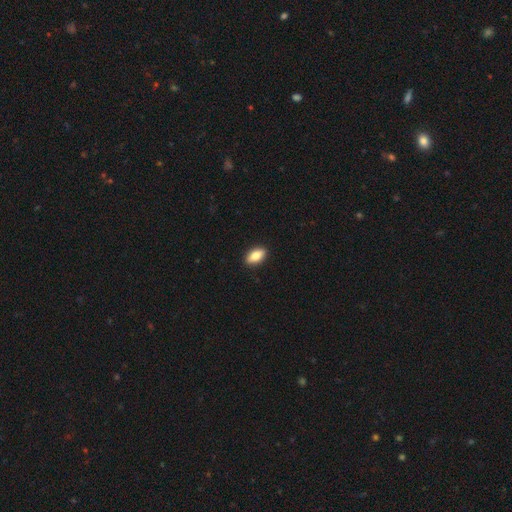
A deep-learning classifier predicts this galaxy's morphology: A smooth galaxy with no disk features (79%) that is in between round and cigar-shaped (88%).

Vote fractions:
- Smooth or featured? smooth: 79% / featured or disk: 14% / star or artifact: 7%
- How rounded? in between: 88% / cigar-shaped: 7% / round: 5%
- Merging? none: 90% / minor disturbance: 7% / major disturbance: 2% / merger: 1%